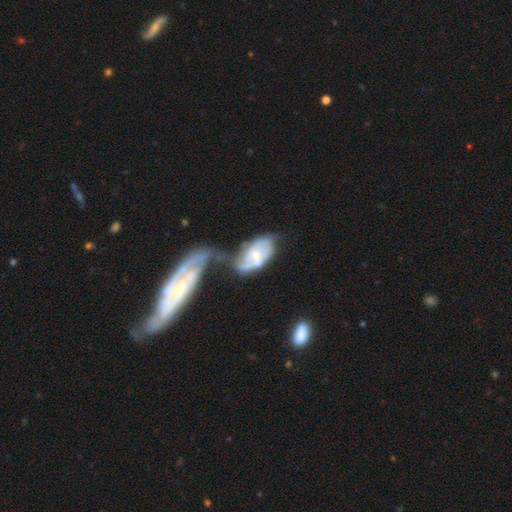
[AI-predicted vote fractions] Smooth or featured: featured or disk — 70% (smooth — 24%)
Edge-on disk: no — 95% (yes — 5%)
Bar: no — 62% (weak — 31%)
Spiral arms: yes — 81% (no — 19%)
Spiral winding: tight — 39% (medium — 38%)
Spiral arm count: 2 — 49% (can't tell — 31%)
Bulge size: small — 52% (moderate — 41%)
Merging: merger — 46% (none — 24%)